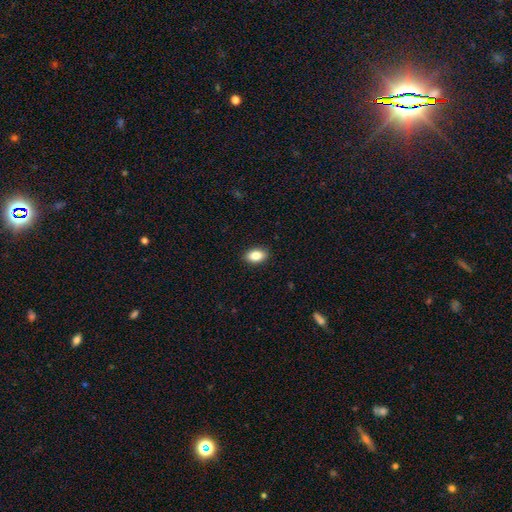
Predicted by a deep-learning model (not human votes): smooth-or-featured: smooth: 85% | star or artifact: 8% | featured or disk: 7%
  how-rounded: in between: 89% | round: 8% | cigar-shaped: 2%
  merging: none: 90% | minor disturbance: 8% | major disturbance: 2% | merger: 1%